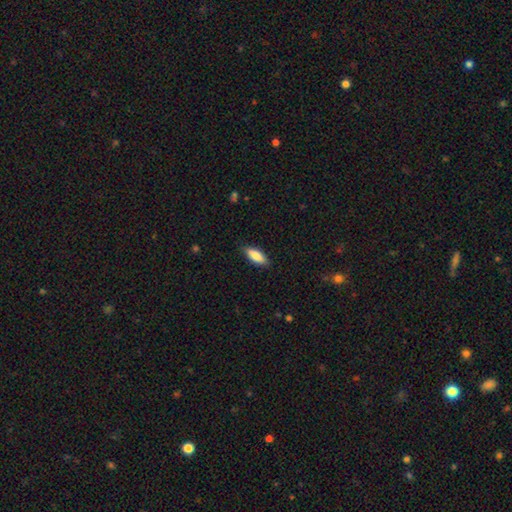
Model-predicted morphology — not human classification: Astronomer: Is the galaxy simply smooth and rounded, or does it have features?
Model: smooth — 84%.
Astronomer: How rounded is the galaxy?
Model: in between — 74%.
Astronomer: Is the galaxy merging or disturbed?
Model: none — 85%.